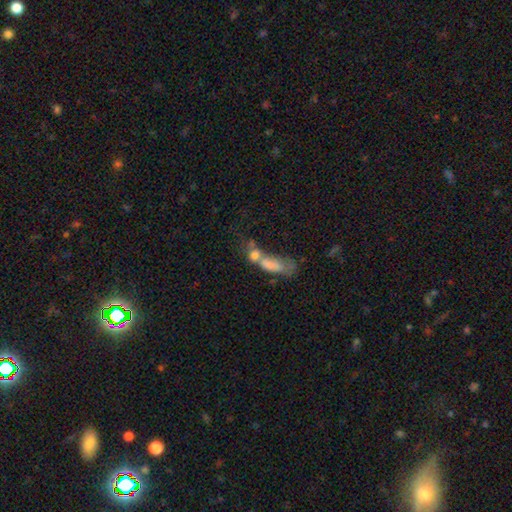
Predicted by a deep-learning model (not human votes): The model was most divided on "how rounded": in between: 55%, cigar-shaped: 37%, round: 8%. More confident: smooth or featured — smooth (54%); merging — merger (52%).